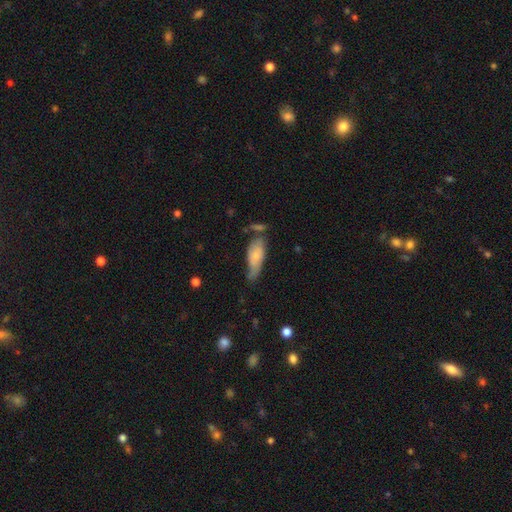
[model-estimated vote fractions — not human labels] Q: Smooth or featured?
A: smooth (67%); runner-up: featured or disk (27%)
Q: How rounded?
A: in between (76%); runner-up: cigar-shaped (22%)
Q: Merging?
A: none (37%); tied with: minor disturbance (37%)